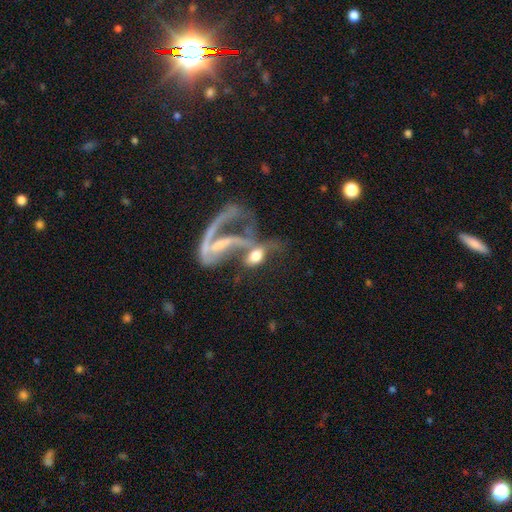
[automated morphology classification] smooth_or_featured: featured or disk (p=0.50) [alt: smooth p=0.38]
disk_edge_on: no (p=0.90) [alt: yes p=0.10]
merging: merger (p=0.54) [alt: major disturbance p=0.23]